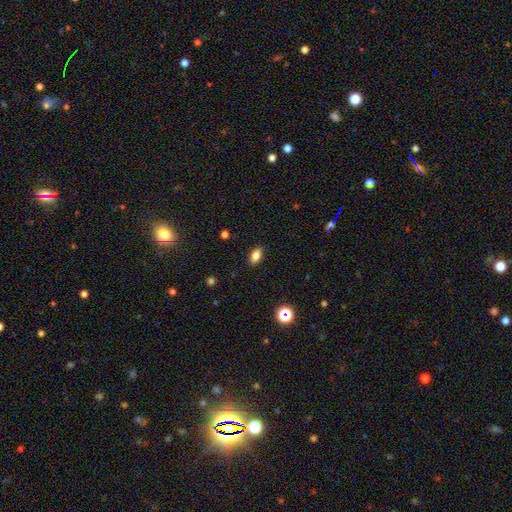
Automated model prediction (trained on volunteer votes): A smooth galaxy with no disk features (83%) that is in between round and cigar-shaped (88%). Merging: none (88%).